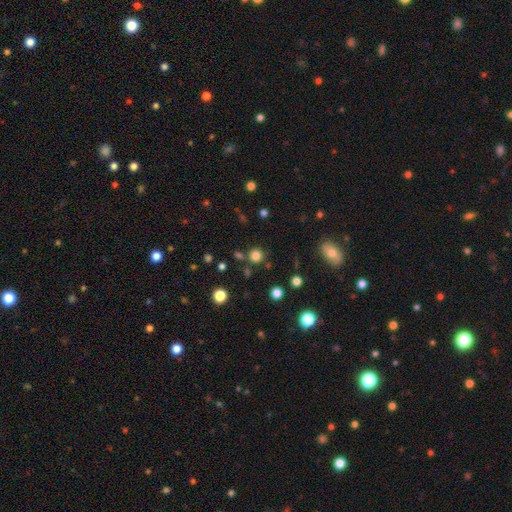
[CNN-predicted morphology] type=smooth (80%); roundness=round (94%); merging=none (82%).